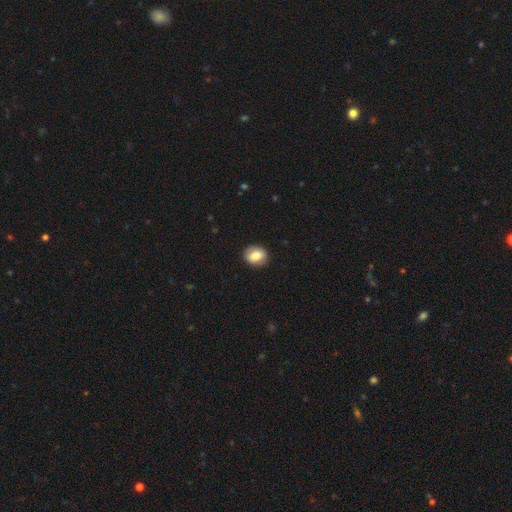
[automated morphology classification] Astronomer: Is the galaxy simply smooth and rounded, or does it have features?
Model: smooth — 81%.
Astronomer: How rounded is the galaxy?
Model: round — 50% (runner-up: in between, 49%).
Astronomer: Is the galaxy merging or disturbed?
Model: none — 88%.